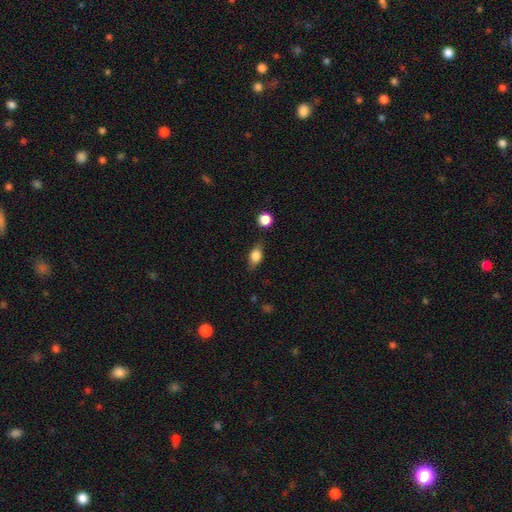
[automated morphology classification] Q: Smooth or featured?
A: smooth (75%); runner-up: featured or disk (16%)
Q: How rounded?
A: in between (75%); runner-up: round (18%)
Q: Merging?
A: none (76%); runner-up: minor disturbance (17%)